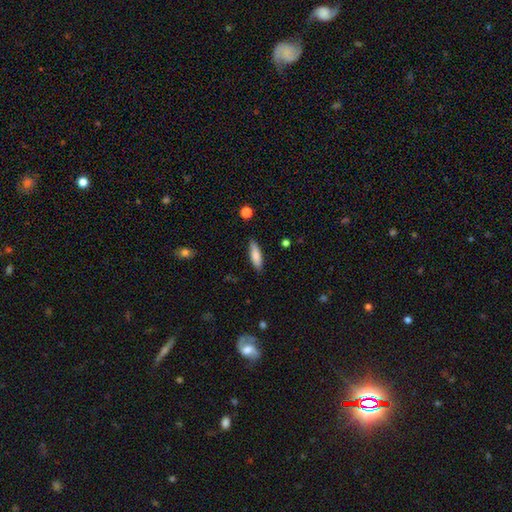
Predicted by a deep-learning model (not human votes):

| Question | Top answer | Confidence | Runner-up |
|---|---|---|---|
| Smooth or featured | smooth | 81% | featured or disk (12%) |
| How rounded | cigar-shaped | 56% | in between (42%) |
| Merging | none | 86% | minor disturbance (11%) |